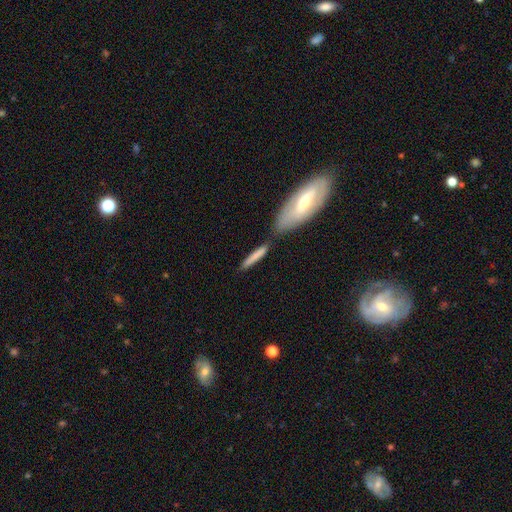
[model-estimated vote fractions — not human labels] A smooth galaxy with no disk features (75%) that is cigar-shaped (88%).

Vote fractions:
- Smooth or featured? smooth: 75% / featured or disk: 19% / star or artifact: 6%
- How rounded? cigar-shaped: 88% / in between: 11% / round: 2%
- Merging? none: 59% / merger: 21% / minor disturbance: 15% / major disturbance: 5%